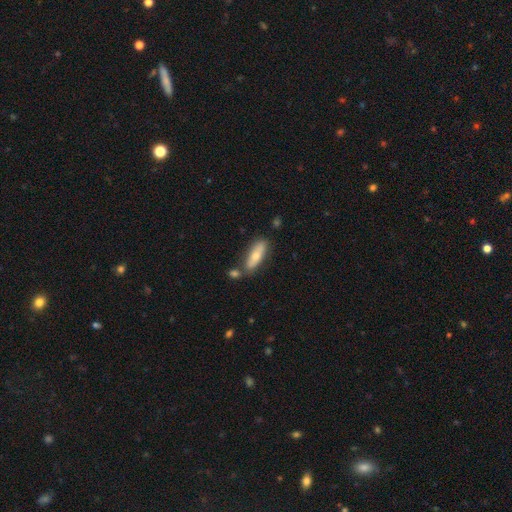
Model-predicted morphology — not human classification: This is likely a smooth galaxy (65%). How rounded: possibly in between (50%). Merging: likely none (68%).